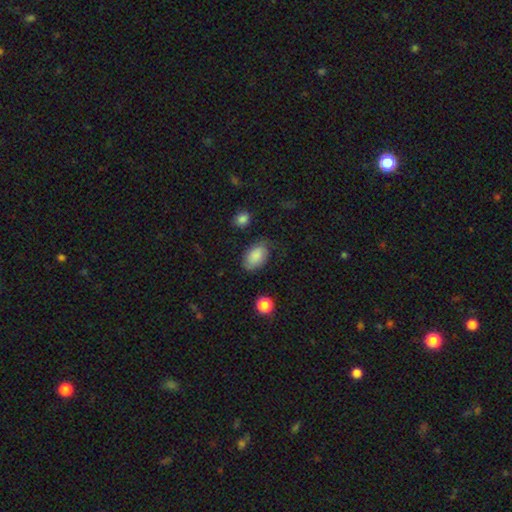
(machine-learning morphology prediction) Smooth or featured? smooth (79%)
How rounded? in between (92%)
Merging? none (66%)